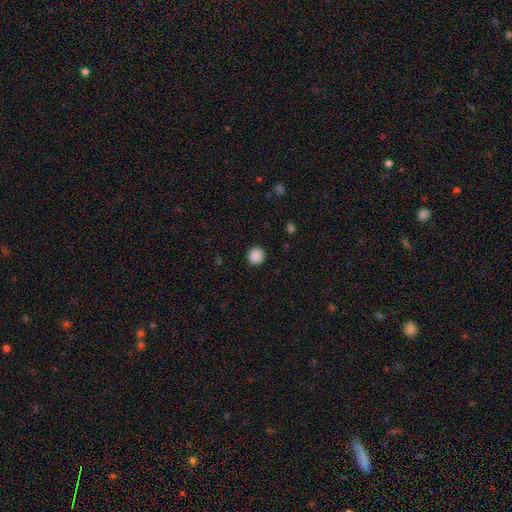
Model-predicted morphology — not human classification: smooth-or-featured: smooth: 89% | star or artifact: 9% | featured or disk: 2%
  how-rounded: round: 94% | in between: 5% | cigar-shaped: 1%
  merging: none: 92% | minor disturbance: 5% | major disturbance: 2% | merger: 1%